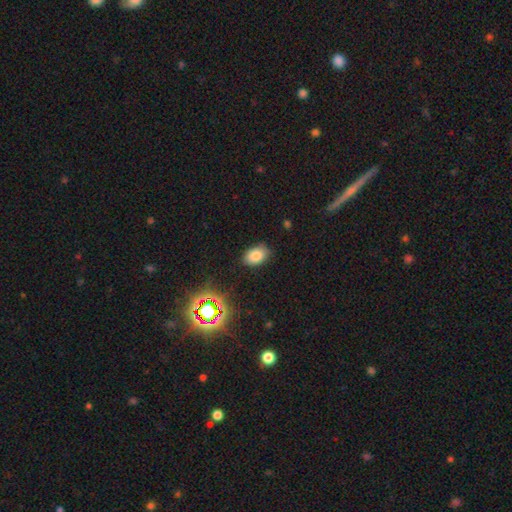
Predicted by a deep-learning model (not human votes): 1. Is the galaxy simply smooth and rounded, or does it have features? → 80% smooth, 13% star or artifact, 7% featured or disk.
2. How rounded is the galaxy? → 87% in between, 12% round, 1% cigar-shaped.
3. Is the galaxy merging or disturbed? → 84% none, 13% minor disturbance, 3% major disturbance, 1% merger.